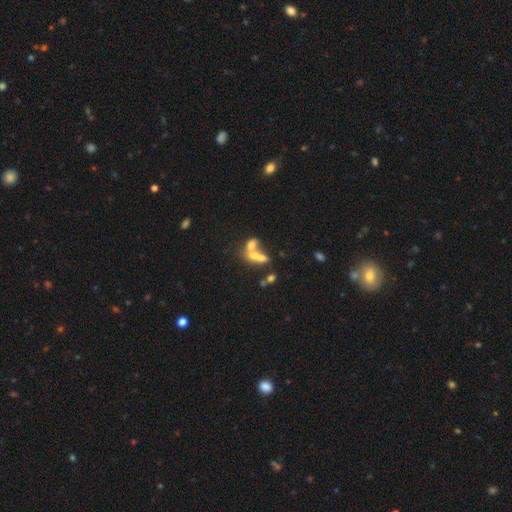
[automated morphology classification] This is possibly a smooth galaxy (55%). How rounded: likely in between (67%). Merging: likely merger (63%).